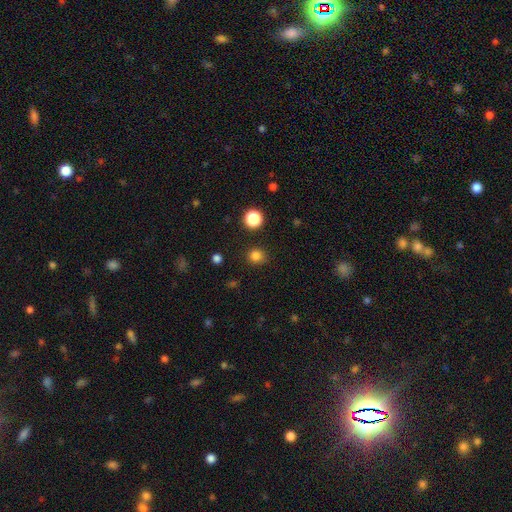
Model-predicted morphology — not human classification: A smooth galaxy with no disk features (82%) that is round (90%). Merging: none (88%).